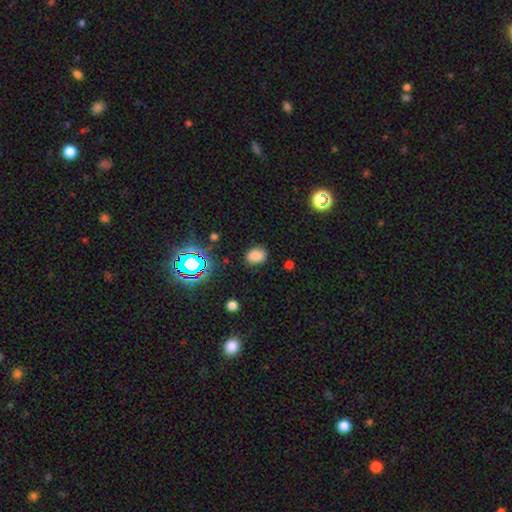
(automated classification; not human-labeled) A smooth galaxy with no disk features (78%) that is in between round and cigar-shaped (66%). Merging: none (82%).